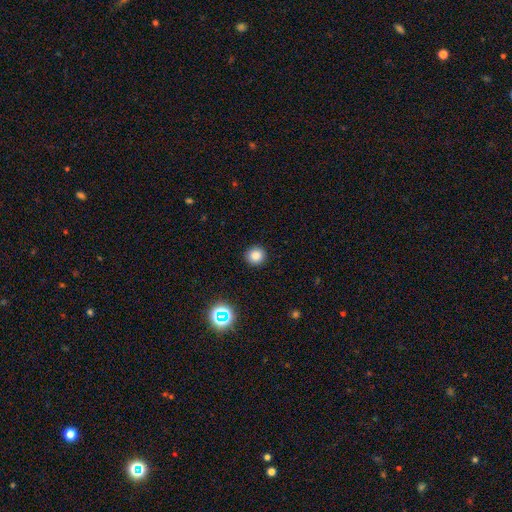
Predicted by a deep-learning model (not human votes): Smooth or featured?
  - smooth: 82% *
  - star or artifact: 14%
  - featured or disk: 4%
How rounded?
  - round: 93% *
  - in between: 6%
  - cigar-shaped: 1%
Merging?
  - none: 92% *
  - minor disturbance: 5%
  - major disturbance: 2%
  - merger: 1%